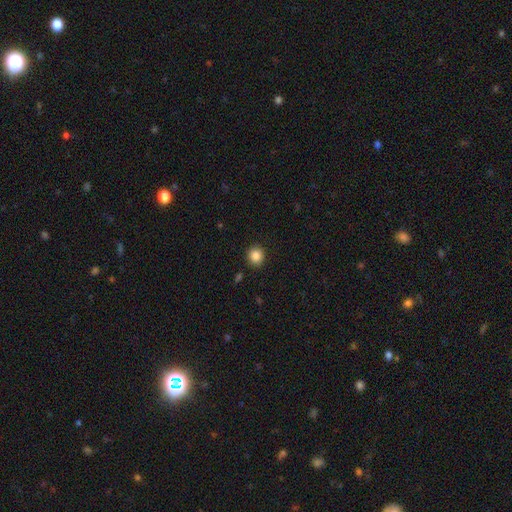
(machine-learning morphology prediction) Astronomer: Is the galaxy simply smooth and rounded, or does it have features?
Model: smooth — 86%.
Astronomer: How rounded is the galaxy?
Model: round — 87%.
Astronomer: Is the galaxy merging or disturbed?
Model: none — 91%.